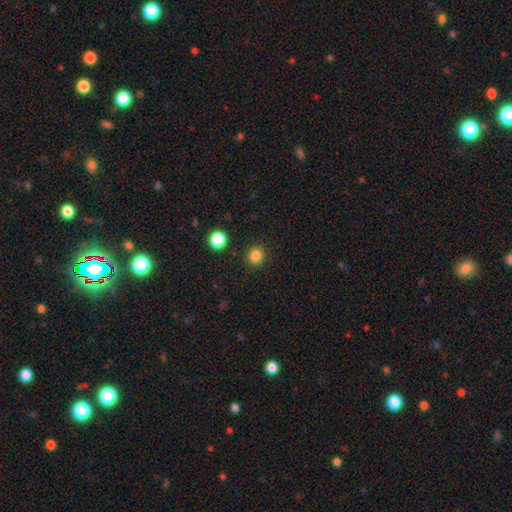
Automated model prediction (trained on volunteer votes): Q: Smooth or featured?
A: smooth (83%); runner-up: star or artifact (13%)
Q: How rounded?
A: round (90%); runner-up: in between (9%)
Q: Merging?
A: none (90%); runner-up: minor disturbance (6%)